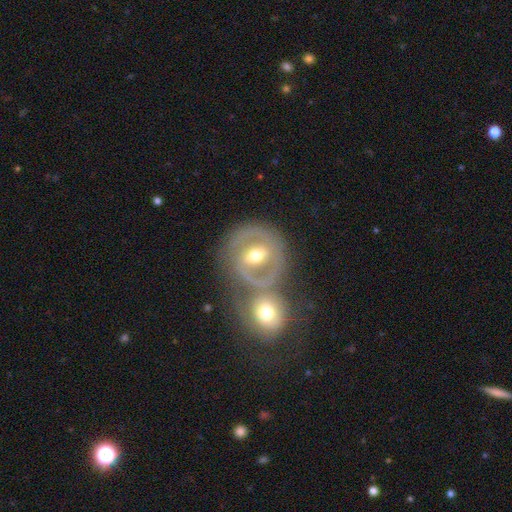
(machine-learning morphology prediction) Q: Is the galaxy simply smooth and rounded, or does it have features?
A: featured or disk — 74%.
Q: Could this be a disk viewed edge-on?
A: no — 96%.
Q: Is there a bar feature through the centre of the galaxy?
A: strong — 43%.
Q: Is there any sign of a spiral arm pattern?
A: yes — 71%.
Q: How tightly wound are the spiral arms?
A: tight — 43%, tied with medium.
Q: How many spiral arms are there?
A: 2 — 78%.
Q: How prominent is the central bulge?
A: moderate — 74%.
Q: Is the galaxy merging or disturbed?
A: none — 43%.